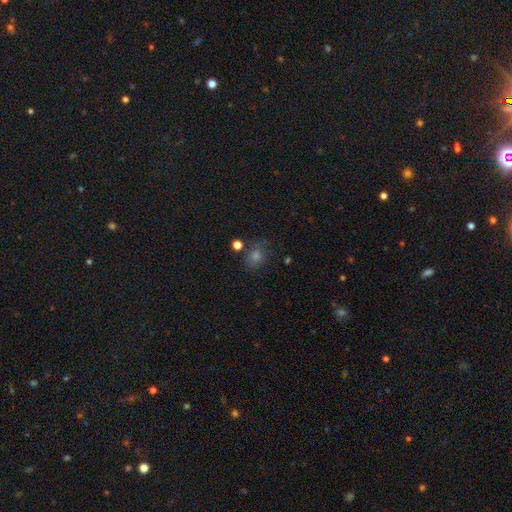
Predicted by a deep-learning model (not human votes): Q: Smooth or featured?
A: smooth (58%); runner-up: star or artifact (29%)
Q: How rounded?
A: round (69%); runner-up: in between (30%)
Q: Merging?
A: none (76%); runner-up: minor disturbance (13%)